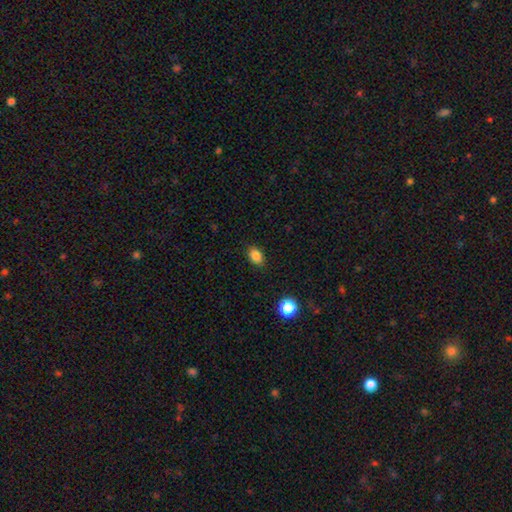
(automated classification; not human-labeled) Q: Smooth or featured?
A: smooth (85%); runner-up: star or artifact (11%)
Q: How rounded?
A: in between (76%); runner-up: round (23%)
Q: Merging?
A: none (87%); runner-up: minor disturbance (10%)